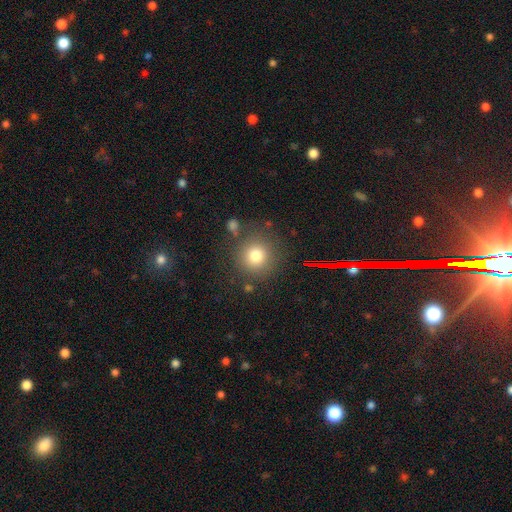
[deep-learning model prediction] Q: Smooth or featured?
A: smooth (78%); runner-up: star or artifact (13%)
Q: How rounded?
A: round (93%); runner-up: in between (6%)
Q: Merging?
A: none (82%); runner-up: minor disturbance (10%)